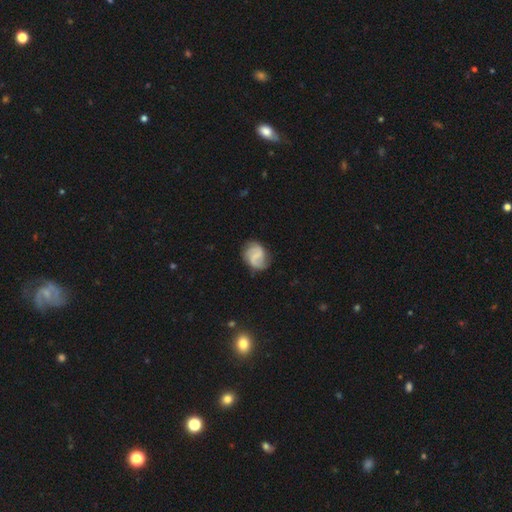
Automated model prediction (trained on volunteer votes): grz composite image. It shows a featured or disk galaxy (67%) with a weak bar (49%), 2 (84%) medium (43%) spiral arms (92%) and no central bulge (54%). Merging: none (75%).